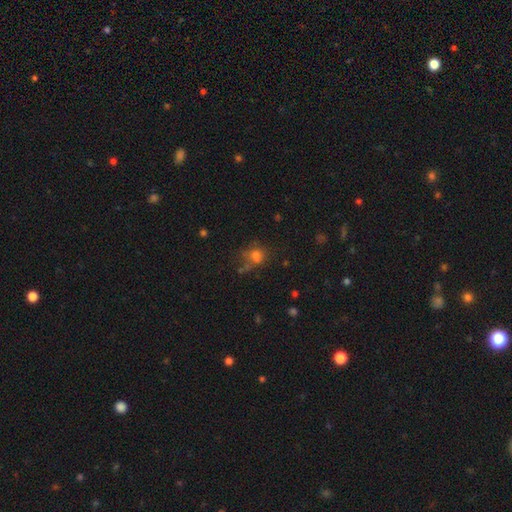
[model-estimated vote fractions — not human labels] smooth-or-featured: smooth: 62% | star or artifact: 21% | featured or disk: 17%
  how-rounded: round: 59% | in between: 39% | cigar-shaped: 2%
  merging: none: 41% | major disturbance: 23% | minor disturbance: 21% | merger: 15%